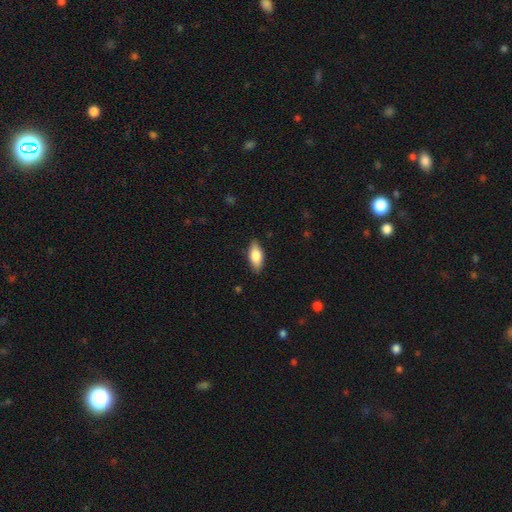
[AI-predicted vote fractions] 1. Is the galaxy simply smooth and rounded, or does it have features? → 77% smooth, 17% featured or disk, 6% star or artifact.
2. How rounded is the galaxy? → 83% in between, 15% cigar-shaped, 3% round.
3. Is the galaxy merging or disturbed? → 86% none, 11% minor disturbance, 2% major disturbance, 1% merger.